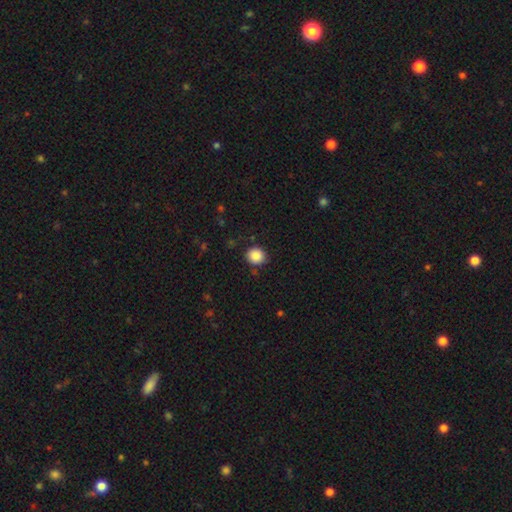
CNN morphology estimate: This appears to be a smooth galaxy with no disk features (88%) that is round (77%). Merging: none (86%).